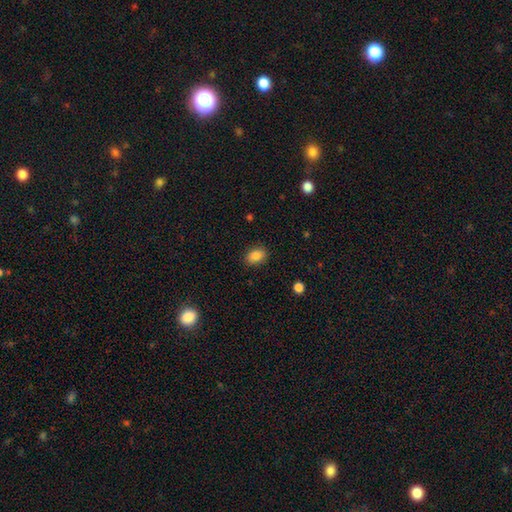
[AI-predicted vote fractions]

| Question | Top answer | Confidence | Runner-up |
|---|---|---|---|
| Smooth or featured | smooth | 86% | star or artifact (9%) |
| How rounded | in between | 82% | round (17%) |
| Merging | none | 87% | minor disturbance (9%) |